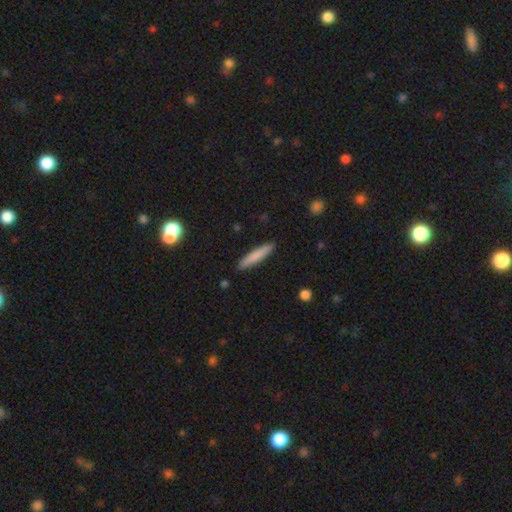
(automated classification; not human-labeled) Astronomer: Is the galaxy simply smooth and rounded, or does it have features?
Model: smooth — 77%.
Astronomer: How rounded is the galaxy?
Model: cigar-shaped — 91%.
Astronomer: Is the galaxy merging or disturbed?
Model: none — 91%.